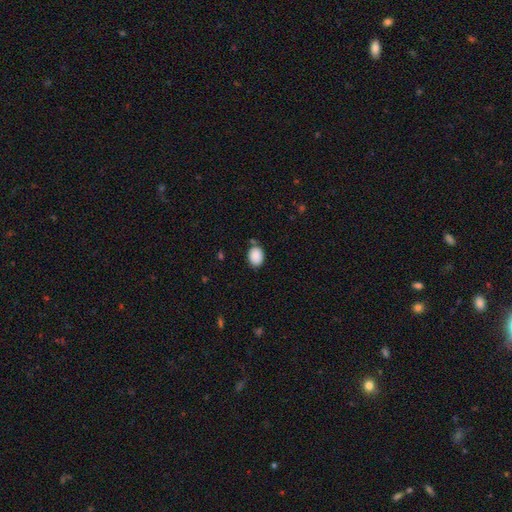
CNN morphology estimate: Overall: smooth (89%). How rounded: in between (72%). Merging: none (75%).